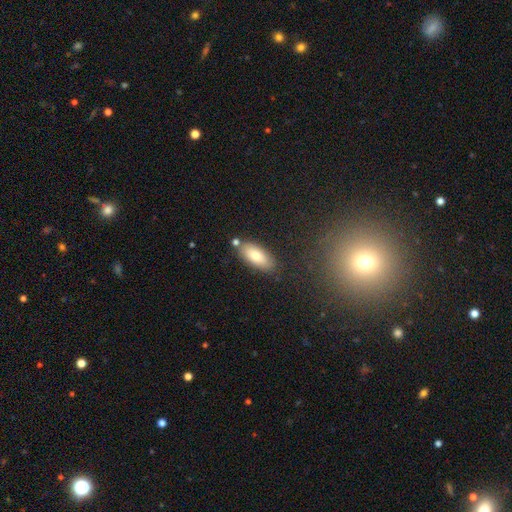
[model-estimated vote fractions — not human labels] A smooth galaxy with no disk features (78%) that is in between round and cigar-shaped (86%).

Vote fractions:
- Smooth or featured? smooth: 78% / featured or disk: 15% / star or artifact: 7%
- How rounded? in between: 86% / cigar-shaped: 12% / round: 2%
- Merging? none: 78% / minor disturbance: 12% / merger: 7% / major disturbance: 3%